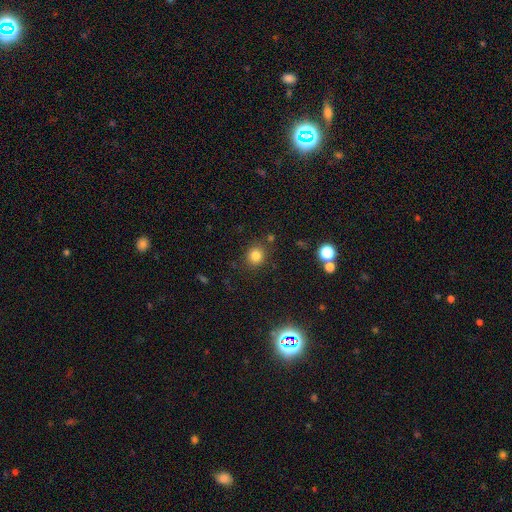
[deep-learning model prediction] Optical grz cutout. It shows a smooth galaxy with no disk features (81%) that is round (82%). Merging: none (84%).